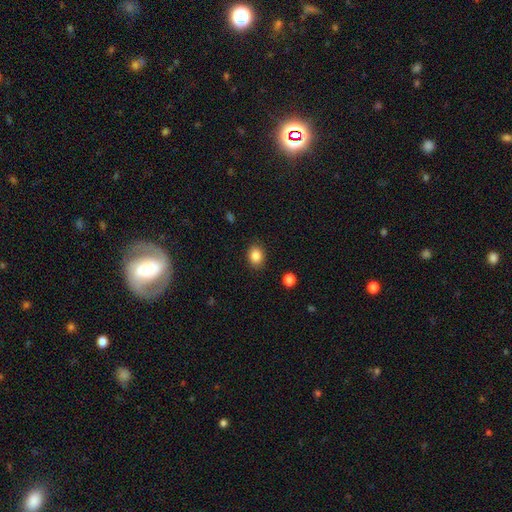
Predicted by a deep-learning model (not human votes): Morphology: type=smooth (85%); roundness=in between (60%); merging=none (87%).